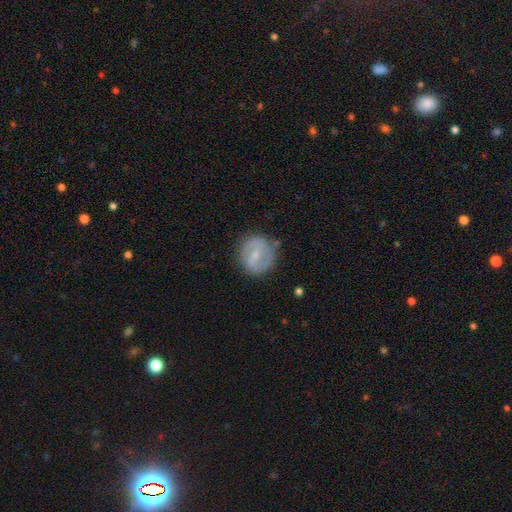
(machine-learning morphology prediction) The model was most divided on "spiral arms": no: 51%, yes: 49%. Remaining: edge-on disk — no (96%); merging — none (78%); bulge size — small (57%); smooth or featured — featured or disk (53%); bar — weak (49%).